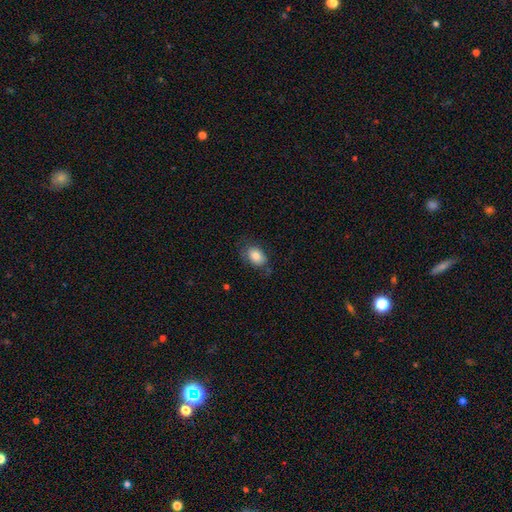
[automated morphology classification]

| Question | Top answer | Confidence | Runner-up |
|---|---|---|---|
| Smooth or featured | smooth | 83% | featured or disk (9%) |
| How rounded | in between | 84% | round (15%) |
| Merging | none | 68% | minor disturbance (23%) |